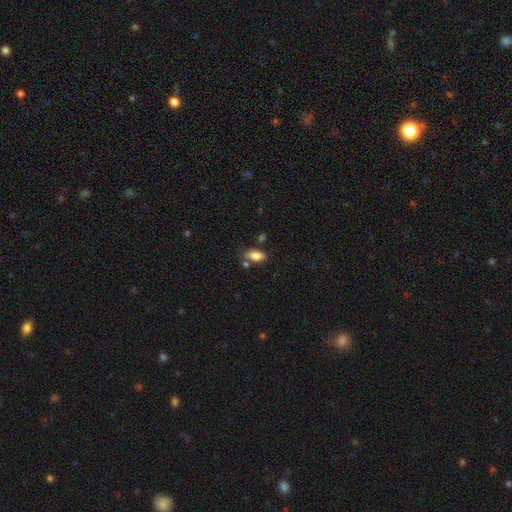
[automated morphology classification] smooth 83%, featured or disk 10%, star or artifact 8%. Down the decision tree: how rounded — in between (87%); merging — none (75%).